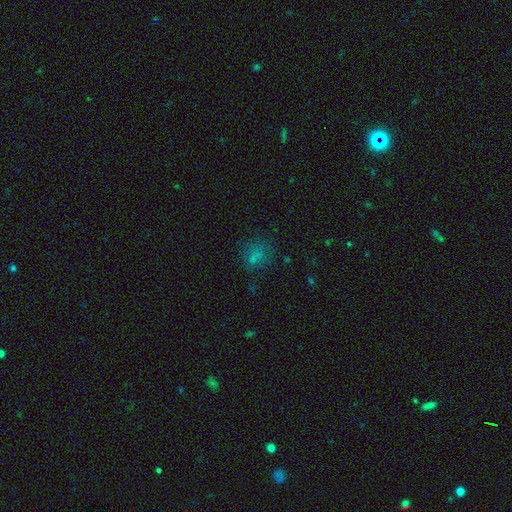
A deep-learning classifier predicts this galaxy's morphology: A smooth galaxy with no disk features (63%) that is round (54%). Merging: none (59%).